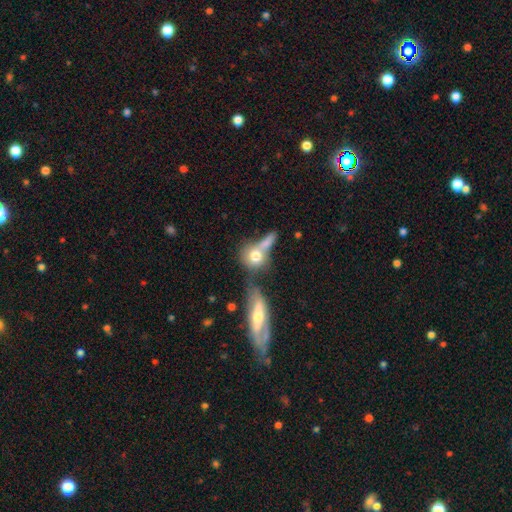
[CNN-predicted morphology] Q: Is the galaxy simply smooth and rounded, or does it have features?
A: smooth — 70%.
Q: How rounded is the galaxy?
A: round — 65%.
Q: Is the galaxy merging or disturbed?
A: merger — 49%.